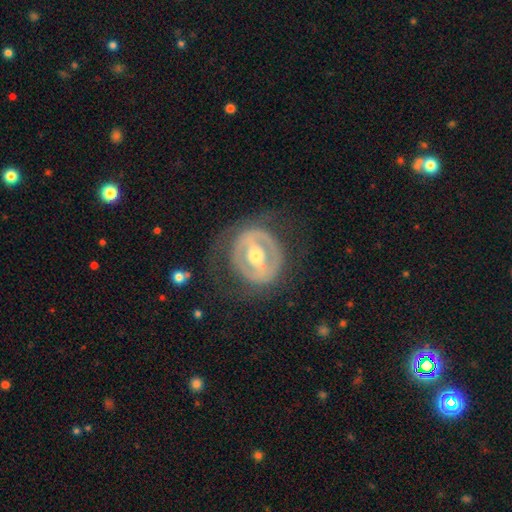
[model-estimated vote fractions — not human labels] featured or disk 76%, smooth 19%, star or artifact 5%. Down the decision tree: edge-on disk — no (93%); bar — strong (59%); spiral arms — no (72%); bulge size — moderate (73%); merging — none (71%).